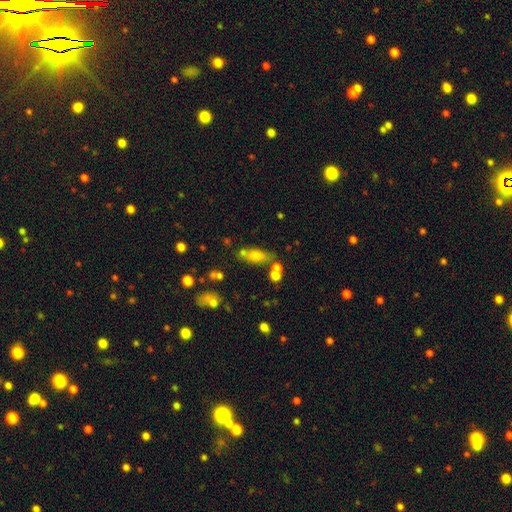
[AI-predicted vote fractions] Q: Smooth or featured?
A: smooth (72%); runner-up: featured or disk (17%)
Q: How rounded?
A: in between (71%); runner-up: cigar-shaped (22%)
Q: Merging?
A: none (57%); runner-up: merger (20%)